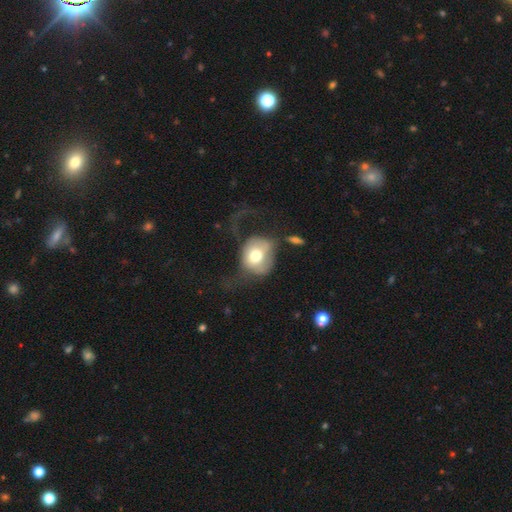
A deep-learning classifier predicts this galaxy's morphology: Smooth or featured: smooth — 62% (featured or disk — 31%)
How rounded: round — 64% (in between — 34%)
Merging: major disturbance — 53% (none — 23%)